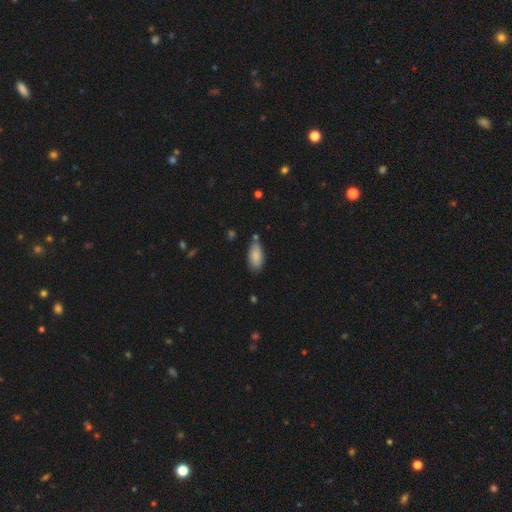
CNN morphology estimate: Smooth or featured?
  - smooth: 86% *
  - featured or disk: 7%
  - star or artifact: 7%
How rounded?
  - in between: 87% *
  - cigar-shaped: 11%
  - round: 2%
Merging?
  - none: 71% *
  - minor disturbance: 21%
  - merger: 5%
  - major disturbance: 4%